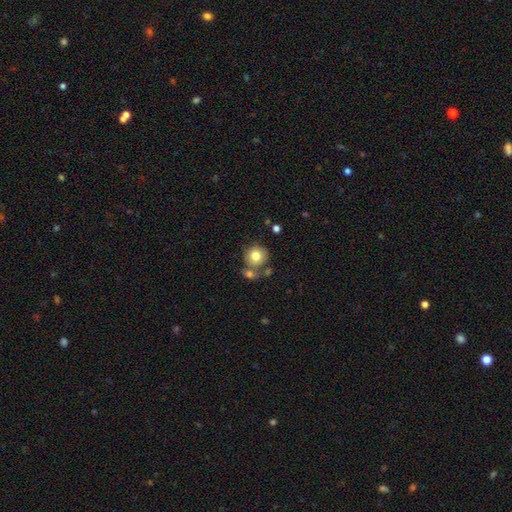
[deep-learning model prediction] A smooth galaxy with no disk features (79%) that is round (89%).

Vote fractions:
- Smooth or featured? smooth: 79% / featured or disk: 12% / star or artifact: 9%
- How rounded? round: 89% / in between: 10% / cigar-shaped: 1%
- Merging? none: 60% / merger: 24% / minor disturbance: 11% / major disturbance: 4%